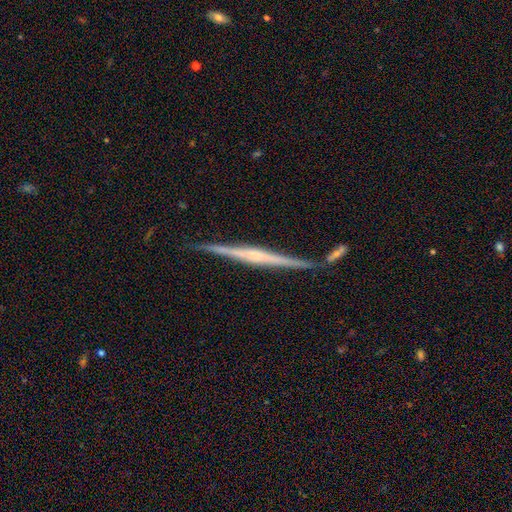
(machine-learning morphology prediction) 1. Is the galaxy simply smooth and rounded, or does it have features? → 80% featured or disk, 14% smooth, 6% star or artifact.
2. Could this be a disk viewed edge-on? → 98% yes, 2% no.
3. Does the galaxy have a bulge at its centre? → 51% rounded, 29% none, 20% boxy.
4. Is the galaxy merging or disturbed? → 80% none, 10% minor disturbance, 7% merger, 3% major disturbance.